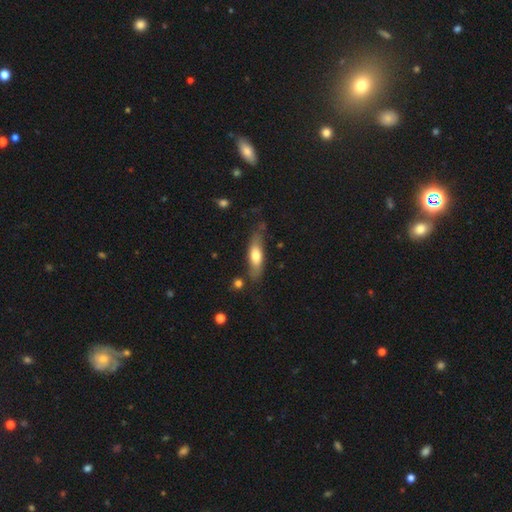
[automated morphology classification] The model was most divided on "how rounded": cigar-shaped: 49%, in between: 48%, round: 3%. More confident: merging — none (68%); smooth or featured — smooth (61%).